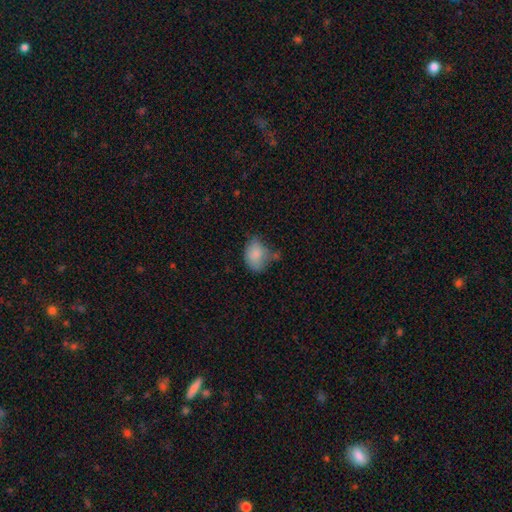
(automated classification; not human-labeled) Smooth or featured? smooth (83%)
How rounded? in between (72%)
Merging? none (43%)